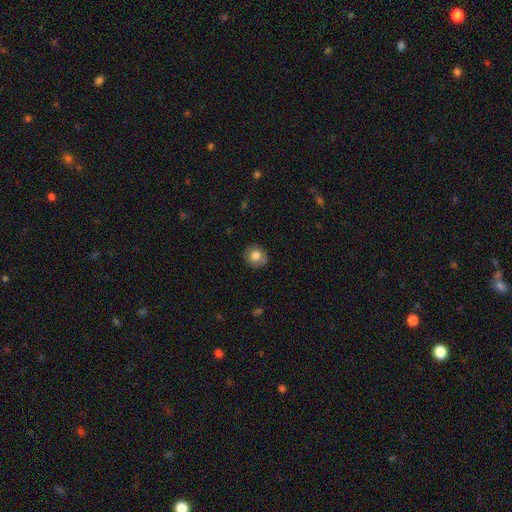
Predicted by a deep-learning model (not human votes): smooth_or_featured: smooth (p=0.77) [alt: featured or disk p=0.14]
how_rounded: round (p=0.85) [alt: in between p=0.14]
merging: none (p=0.81) [alt: minor disturbance p=0.14]